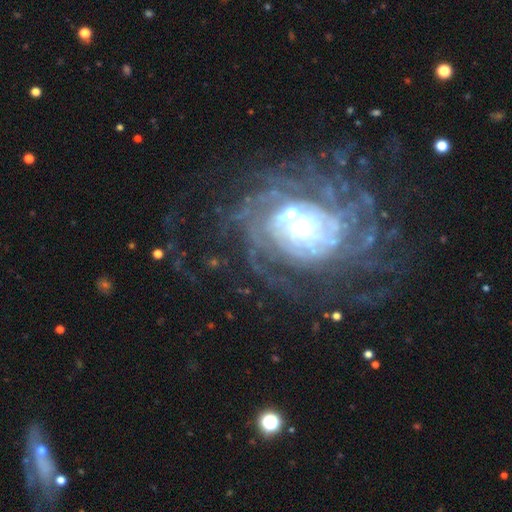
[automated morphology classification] smooth-or-featured: featured or disk: 84% | star or artifact: 10% | smooth: 6%
  disk-edge-on: no: 97% | yes: 3%
    bar: no: 64% | weak: 25% | strong: 11%
    has-spiral-arms: yes: 93% | no: 7%
      spiral-winding: tight: 72% | medium: 20% | loose: 8%
      spiral-arm-count: can't tell: 36% | more than 4: 25% | 4: 12% | 3: 10% | 2: 9% | 1: 8%
    bulge-size: small: 49% | moderate: 32% | large: 12% | none: 4% | dominant: 3%
  merging: none: 67% | minor disturbance: 15% | major disturbance: 15% | merger: 3%